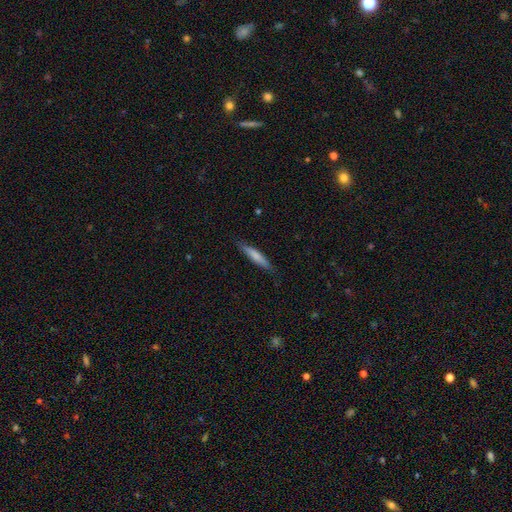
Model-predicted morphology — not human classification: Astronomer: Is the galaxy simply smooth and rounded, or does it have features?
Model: smooth — 72%.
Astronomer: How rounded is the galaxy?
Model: cigar-shaped — 90%.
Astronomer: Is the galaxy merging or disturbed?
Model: none — 85%.